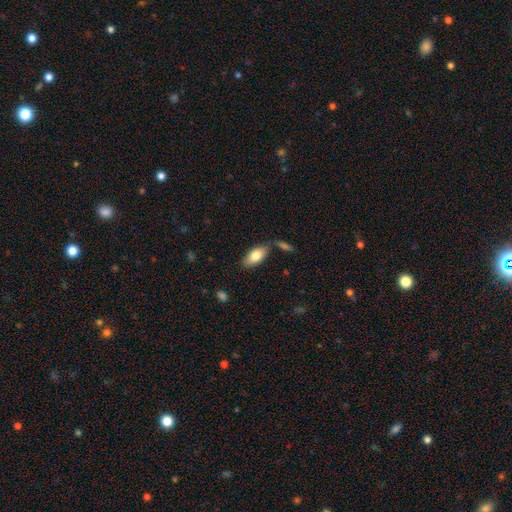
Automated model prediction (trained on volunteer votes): This appears to be a smooth galaxy with no disk features (79%) that is in between round and cigar-shaped (91%). Merging: none (72%).